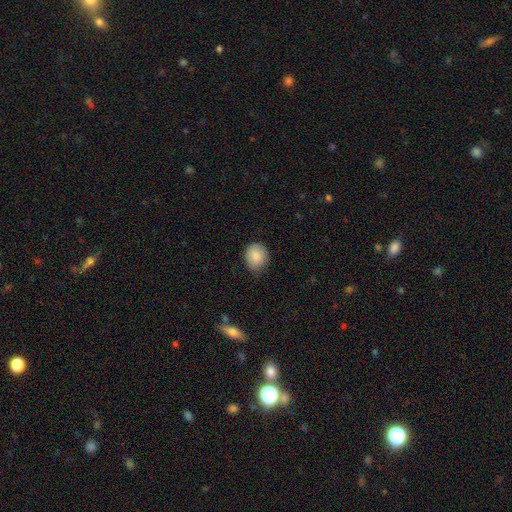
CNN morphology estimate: smooth 87%, star or artifact 7%, featured or disk 5%. Down the decision tree: how rounded — round (63%); merging — none (71%).